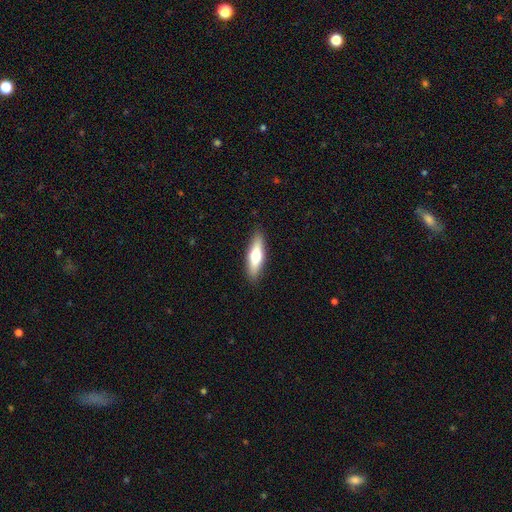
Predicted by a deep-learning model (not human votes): Overall: smooth (55%; featured or disk 39%). How rounded: cigar-shaped (58%; in between 39%). Merging: none (89%).